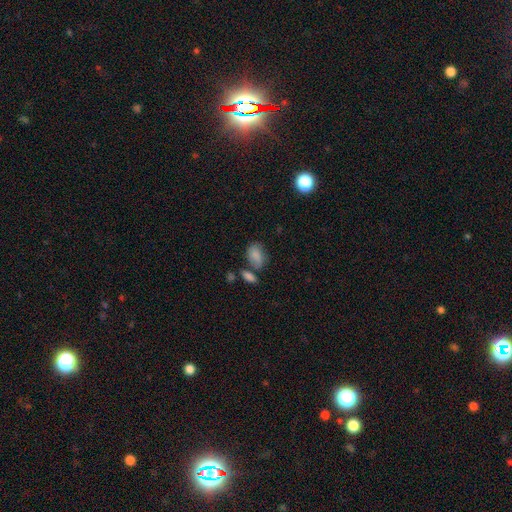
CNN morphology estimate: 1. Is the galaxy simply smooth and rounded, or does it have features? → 81% smooth, 10% featured or disk, 9% star or artifact.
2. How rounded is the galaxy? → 86% in between, 12% round, 2% cigar-shaped.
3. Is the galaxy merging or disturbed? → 51% none, 21% minor disturbance, 20% merger, 8% major disturbance.